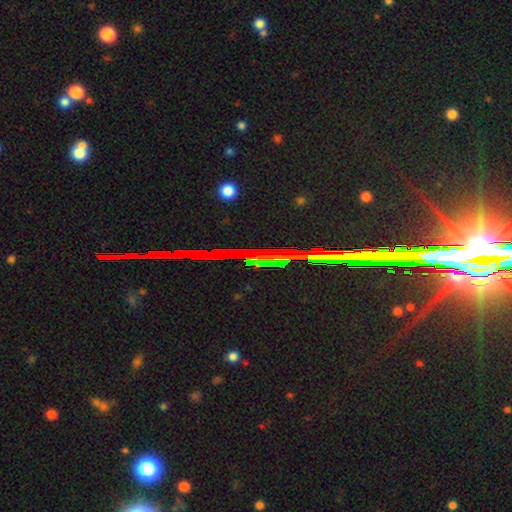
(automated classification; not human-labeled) smooth_or_featured: star or artifact (p=0.81) [alt: featured or disk p=0.12]